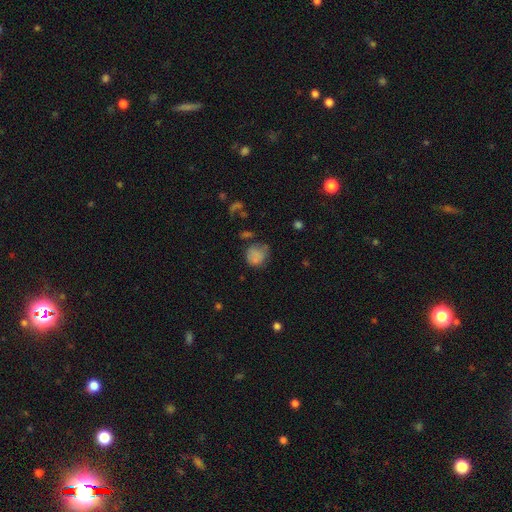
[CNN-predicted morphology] This is likely a smooth galaxy (74%). How rounded: likely round (71%). Merging: possibly none (47%).